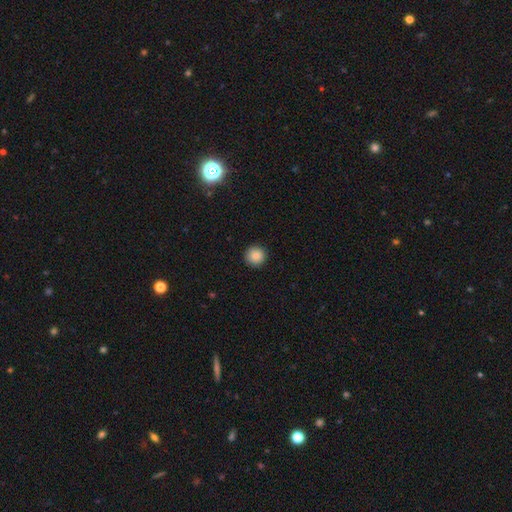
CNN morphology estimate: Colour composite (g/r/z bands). It shows a smooth galaxy with no disk features (86%) that is round (96%). Merging: none (93%).